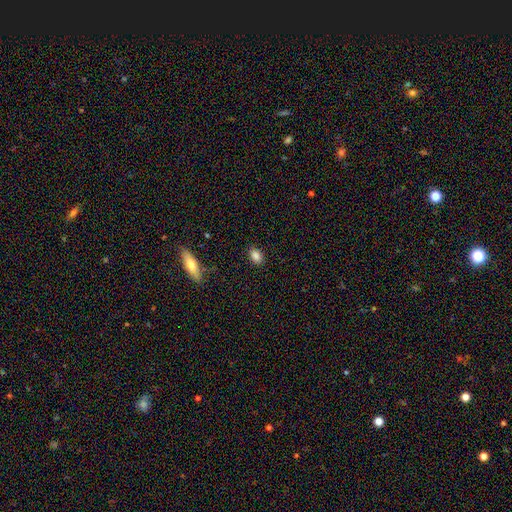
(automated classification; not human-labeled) Smooth or featured?
  - smooth: 85% *
  - star or artifact: 10%
  - featured or disk: 5%
How rounded?
  - in between: 79% *
  - round: 19%
  - cigar-shaped: 2%
Merging?
  - none: 87% *
  - minor disturbance: 9%
  - major disturbance: 2%
  - merger: 1%